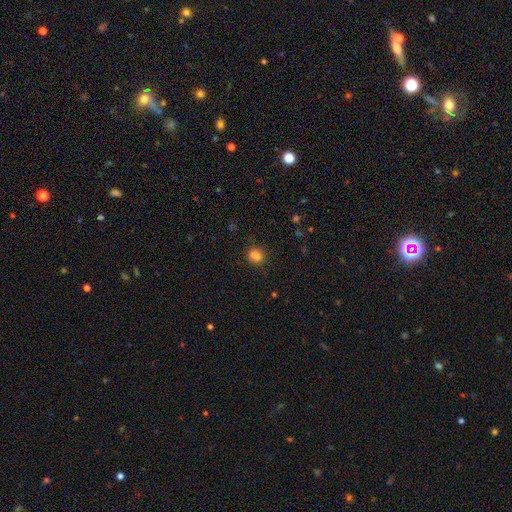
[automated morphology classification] The model was most divided on "how rounded": round: 51%, in between: 47%, cigar-shaped: 1%. More confident: smooth or featured — smooth (81%); merging — none (73%).